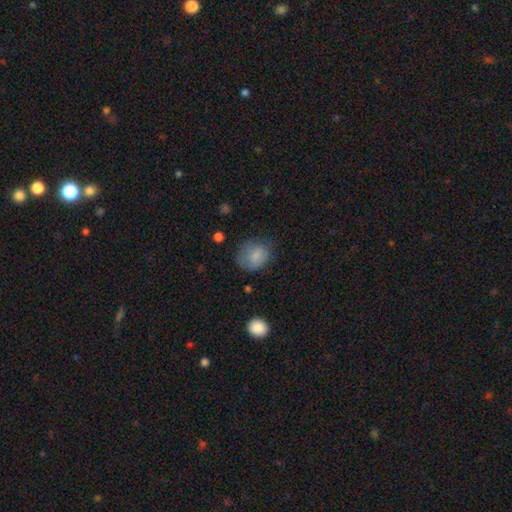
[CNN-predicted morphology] Smooth or featured: smooth — 79% (featured or disk — 11%)
How rounded: round — 61% (in between — 38%)
Merging: none — 57% (minor disturbance — 28%)